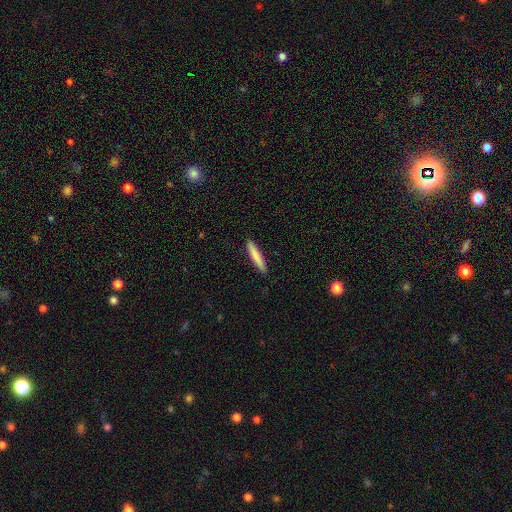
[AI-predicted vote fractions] Smooth or featured: smooth — 81% (featured or disk — 13%)
How rounded: cigar-shaped — 93% (in between — 6%)
Merging: none — 91% (minor disturbance — 7%)